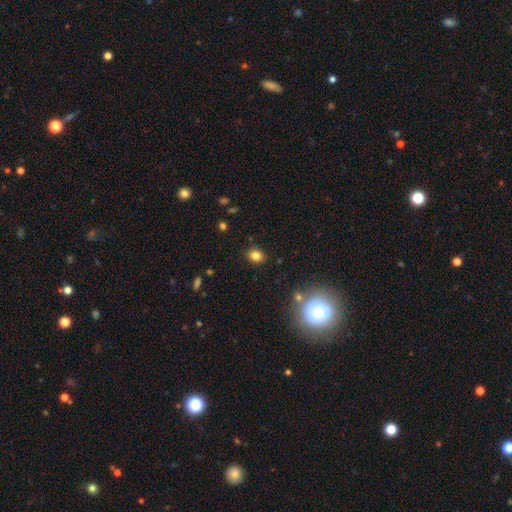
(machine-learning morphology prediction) Smooth or featured?
  - smooth: 82% *
  - star or artifact: 12%
  - featured or disk: 6%
How rounded?
  - round: 53% *
  - in between: 46%
  - cigar-shaped: 1%
Merging?
  - none: 86% *
  - minor disturbance: 9%
  - major disturbance: 3%
  - merger: 2%